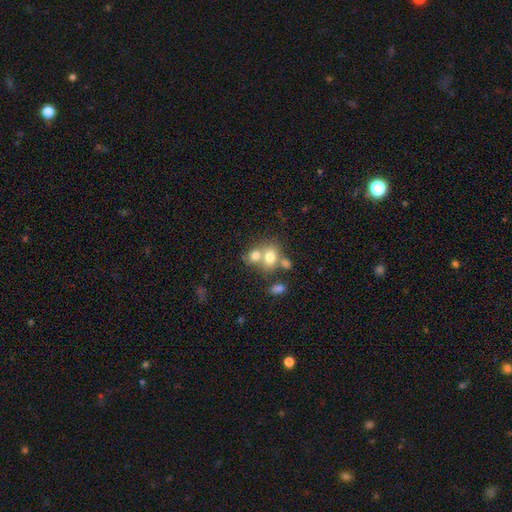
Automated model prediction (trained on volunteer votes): Smooth or featured? smooth (72%)
How rounded? round (55%)
Merging? merger (56%)